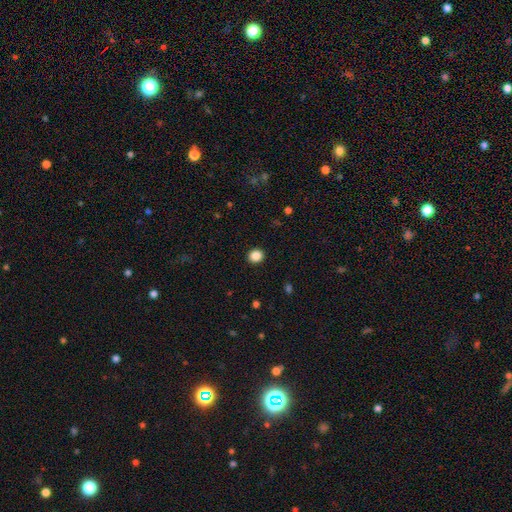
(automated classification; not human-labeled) Smooth or featured? smooth (87%)
How rounded? round (80%)
Merging? none (92%)